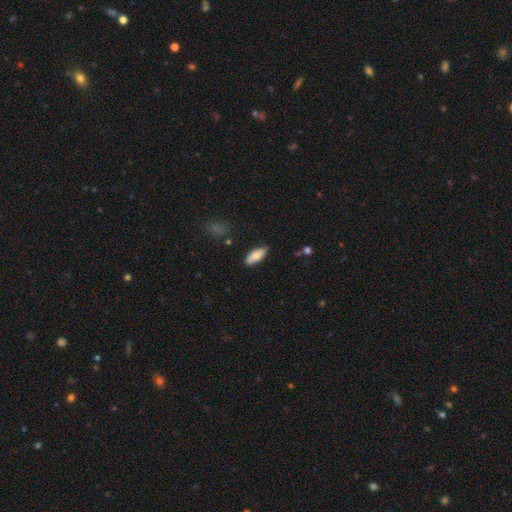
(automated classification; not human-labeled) smooth 79%, featured or disk 14%, star or artifact 6%. Down the decision tree: how rounded — in between (78%); merging — none (82%).